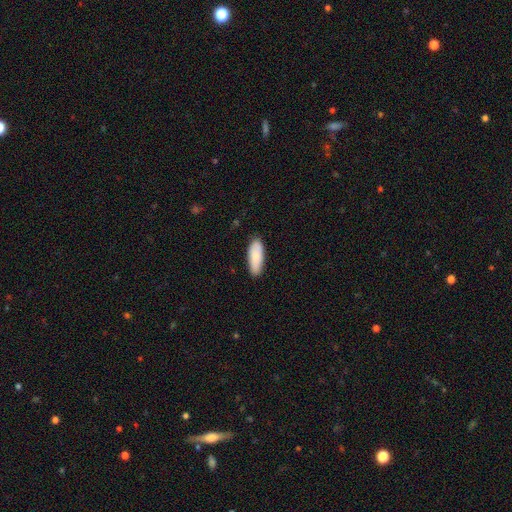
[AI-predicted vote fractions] The model was most divided on "how rounded": in between: 68%, cigar-shaped: 30%, round: 2%. More confident: smooth or featured — smooth (86%); merging — none (85%).